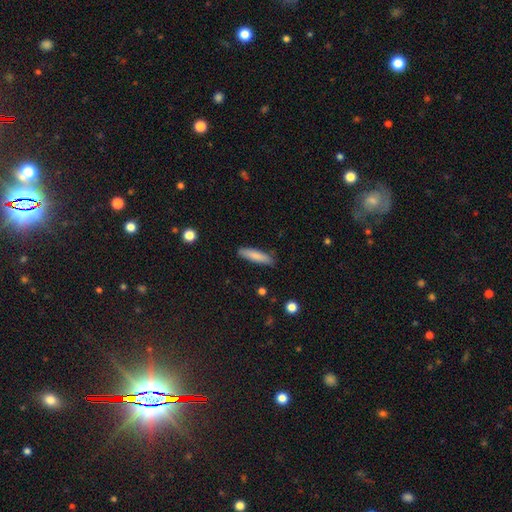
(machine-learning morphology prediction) type=smooth (82%); roundness=cigar-shaped (77%); merging=none (86%).